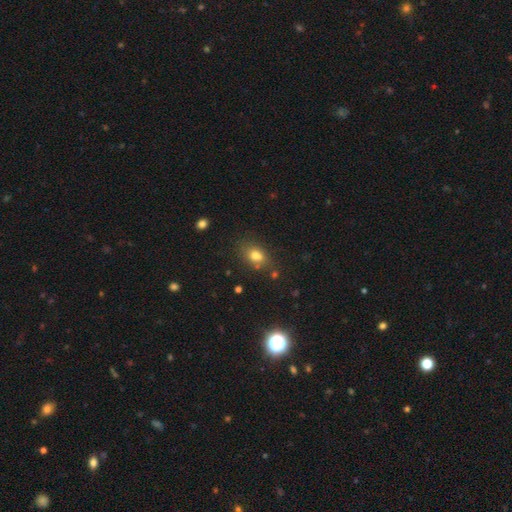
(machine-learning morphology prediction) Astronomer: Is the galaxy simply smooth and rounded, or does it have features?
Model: smooth — 77%.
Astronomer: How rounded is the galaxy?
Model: in between — 70%.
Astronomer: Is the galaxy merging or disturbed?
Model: none — 63%.